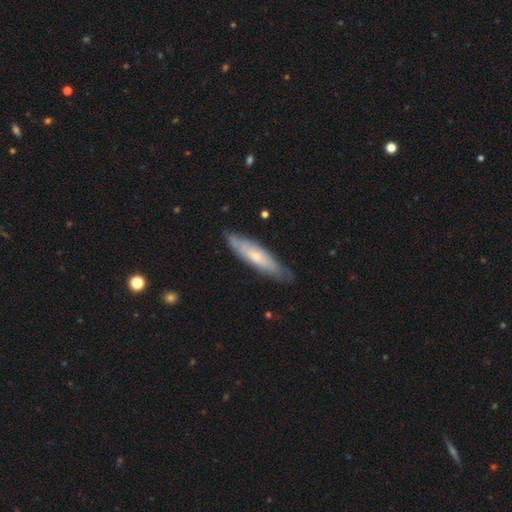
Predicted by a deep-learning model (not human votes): This is possibly a smooth galaxy (51%). How rounded: likely cigar-shaped (77%). Merging: likely none (78%).